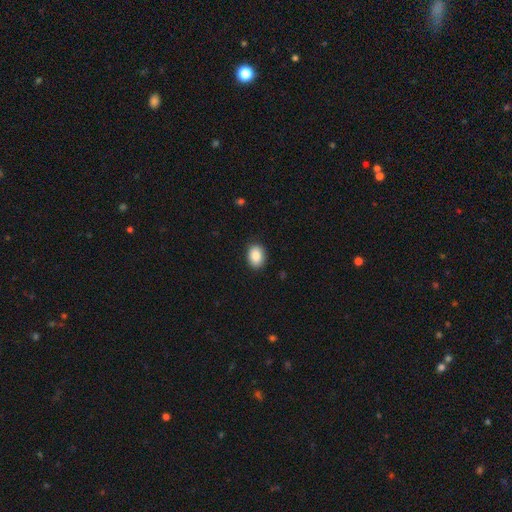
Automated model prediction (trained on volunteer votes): Smooth or featured? Predicted: smooth (p=0.89). How rounded? Predicted: in between (p=0.75). Merging? Predicted: none (p=0.89).